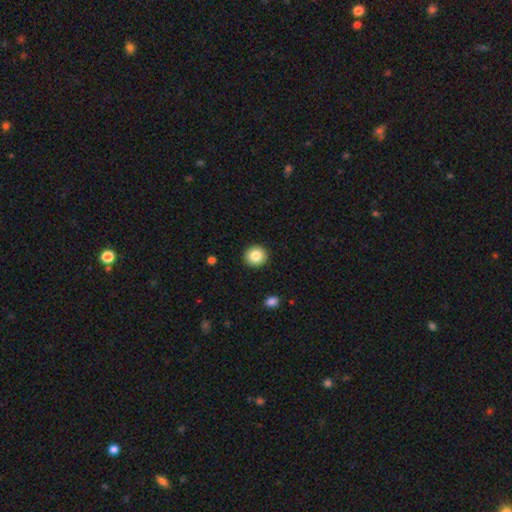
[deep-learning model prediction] A smooth galaxy with no disk features (84%) that is round (91%). Merging: none (92%).